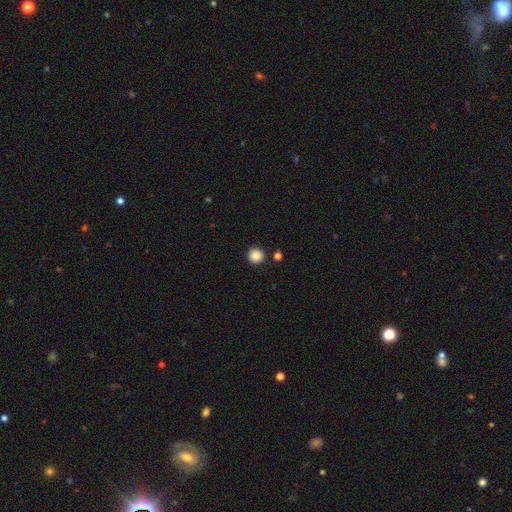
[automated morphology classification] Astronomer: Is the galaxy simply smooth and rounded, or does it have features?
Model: smooth — 87%.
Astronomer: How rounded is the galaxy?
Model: round — 96%.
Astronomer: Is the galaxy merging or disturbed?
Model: none — 91%.